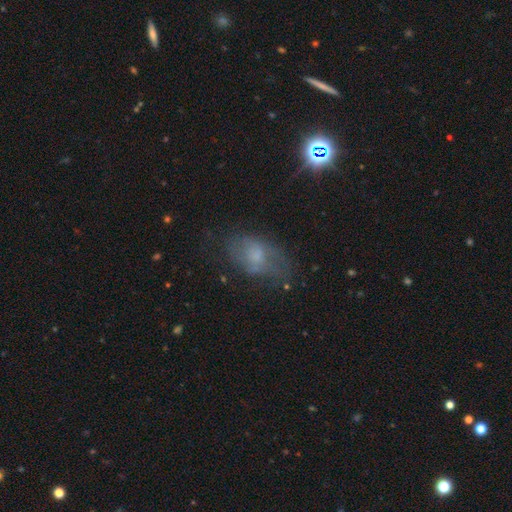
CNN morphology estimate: Q: Smooth or featured?
A: smooth (49%); runner-up: featured or disk (35%)
Q: Merging?
A: none (52%); runner-up: minor disturbance (26%)